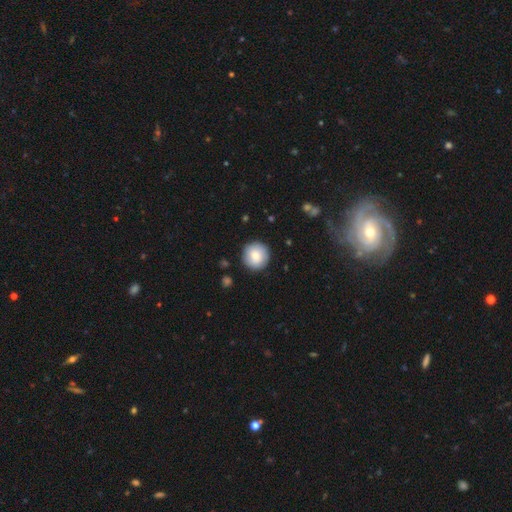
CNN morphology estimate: Smooth or featured: smooth — 76% (featured or disk — 16%)
How rounded: round — 95% (in between — 4%)
Merging: none — 87% (minor disturbance — 10%)